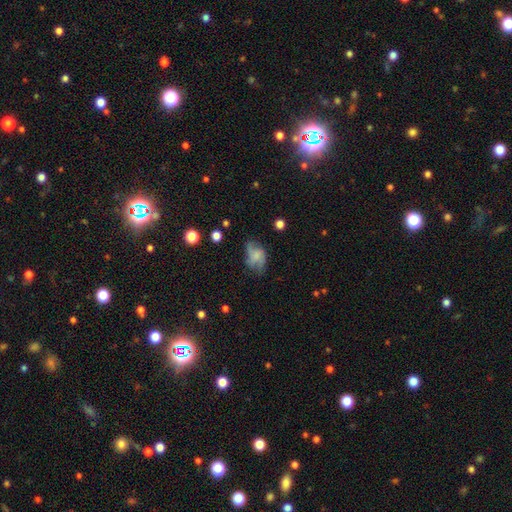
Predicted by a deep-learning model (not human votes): This is possibly a smooth galaxy (45%). Merging: possibly none (48%).